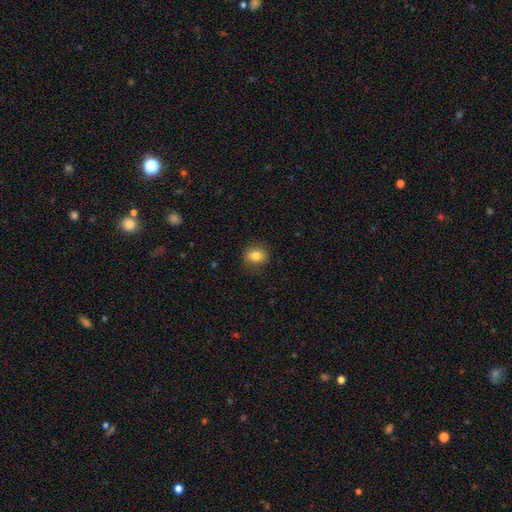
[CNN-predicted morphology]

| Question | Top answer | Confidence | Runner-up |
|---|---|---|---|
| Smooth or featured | smooth | 81% | star or artifact (10%) |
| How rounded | round | 68% | in between (30%) |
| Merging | none | 86% | minor disturbance (10%) |